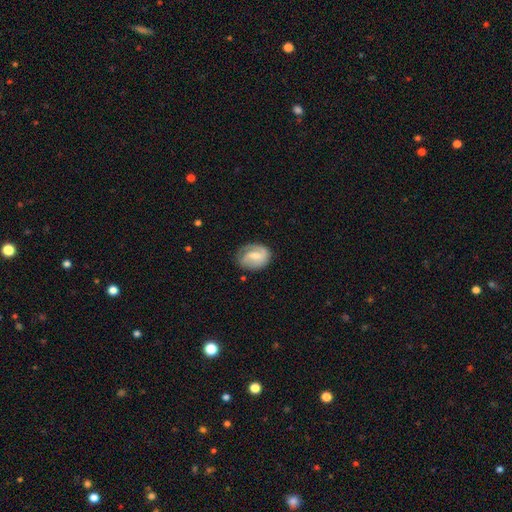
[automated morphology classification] A featured or disk galaxy (69%) with a weak bar (52%), 2 (60%) medium (42%) spiral arms (89%) and a moderate central bulge (47%).

Vote fractions:
- Smooth or featured? featured or disk: 69% / smooth: 26% / star or artifact: 6%
- Edge-on disk? no: 97% / yes: 3%
- Bar? weak: 52% / no: 30% / strong: 18%
- Spiral arms? yes: 89% / no: 11%
- Spiral winding? medium: 42% / tight: 35% / loose: 24%
- Spiral arm count? 2: 60% / 1: 26% / can't tell: 10% / 3: 2% / 4: 1% / more than 4: 1%
- Bulge size? moderate: 47% / small: 44% / none: 5% / large: 3% / dominant: 1%
- Merging? none: 69% / minor disturbance: 22% / major disturbance: 8% / merger: 2%